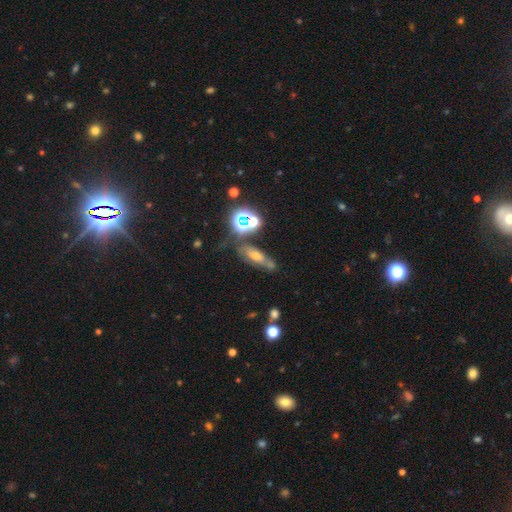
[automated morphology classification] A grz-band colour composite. It shows a smooth galaxy with no disk features (35%, tied with star or artifact). Merging: none (59%).